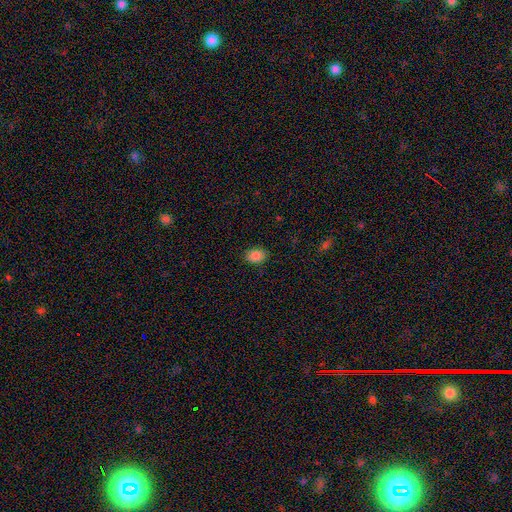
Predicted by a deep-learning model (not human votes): Overall: smooth (86%). How rounded: in between (72%). Merging: none (86%).